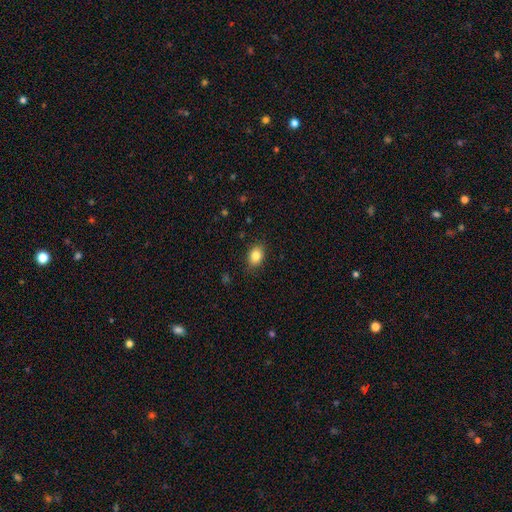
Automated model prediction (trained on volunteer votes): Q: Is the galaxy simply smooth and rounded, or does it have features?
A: smooth — 84%.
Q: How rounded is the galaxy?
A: in between — 73%.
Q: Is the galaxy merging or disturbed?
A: none — 86%.